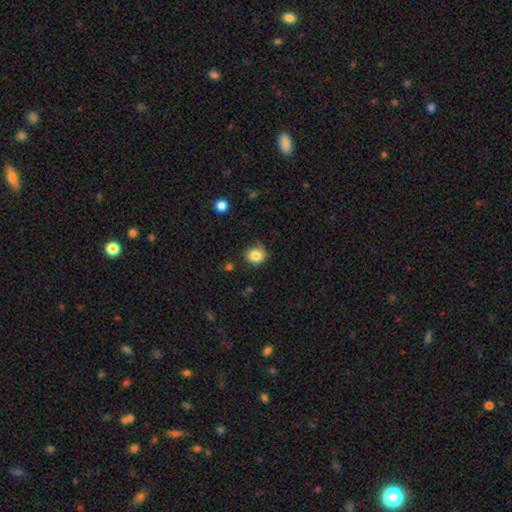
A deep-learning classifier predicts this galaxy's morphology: Smooth or featured? smooth (82%)
How rounded? round (83%)
Merging? none (69%)